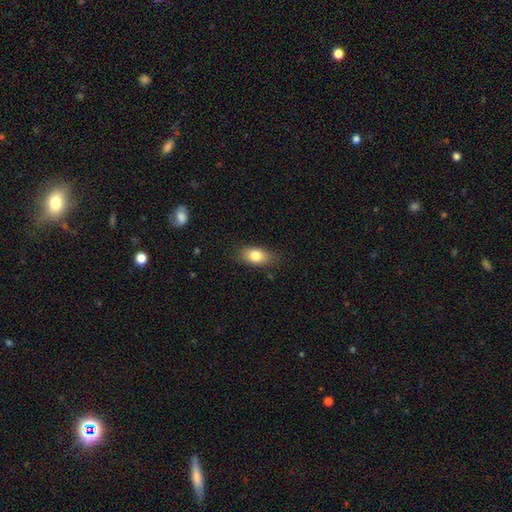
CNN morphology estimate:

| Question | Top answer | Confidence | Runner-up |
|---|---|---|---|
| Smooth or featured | smooth | 80% | featured or disk (12%) |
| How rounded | in between | 84% | round (11%) |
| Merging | none | 81% | minor disturbance (15%) |